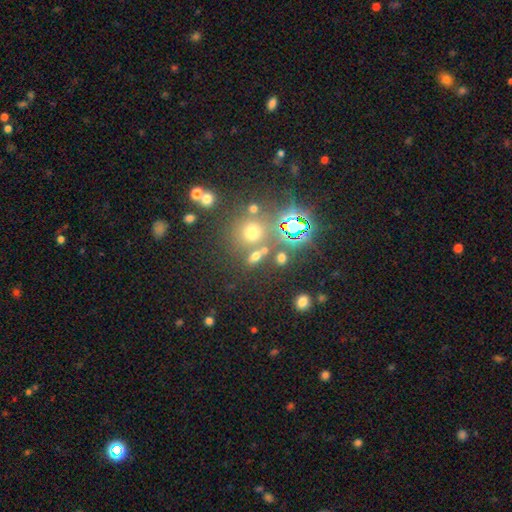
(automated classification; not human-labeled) smooth_or_featured: smooth (p=0.57) [alt: star or artifact p=0.31]
how_rounded: round (p=0.50) [alt: in between p=0.45]
merging: none (p=0.64) [alt: merger p=0.19]